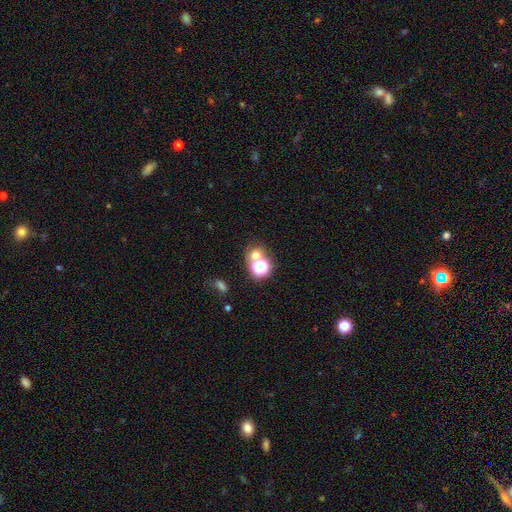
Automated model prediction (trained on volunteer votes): The model was most divided on "smooth or featured": smooth: 56%, star or artifact: 34%, featured or disk: 10%. More confident: how rounded — round (79%); merging — none (56%).